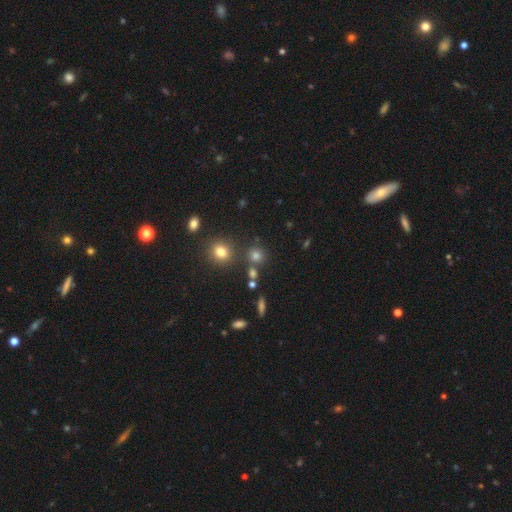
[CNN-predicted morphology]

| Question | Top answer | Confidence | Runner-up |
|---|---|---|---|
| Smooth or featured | smooth | 75% | star or artifact (17%) |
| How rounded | round | 88% | in between (11%) |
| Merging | none | 76% | merger (12%) |